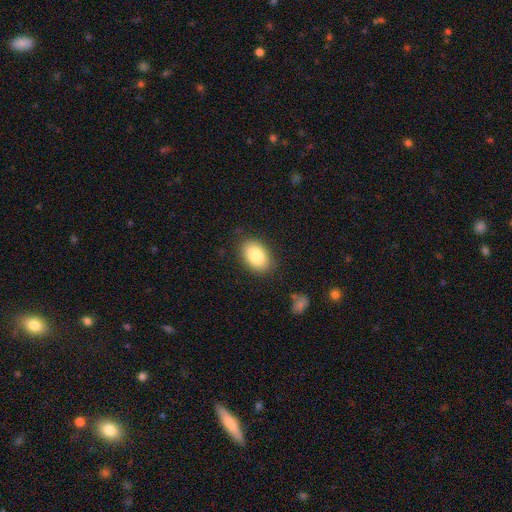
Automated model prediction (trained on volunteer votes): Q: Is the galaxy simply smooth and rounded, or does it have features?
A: smooth — 85%.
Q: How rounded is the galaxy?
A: in between — 88%.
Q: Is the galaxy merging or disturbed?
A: none — 85%.